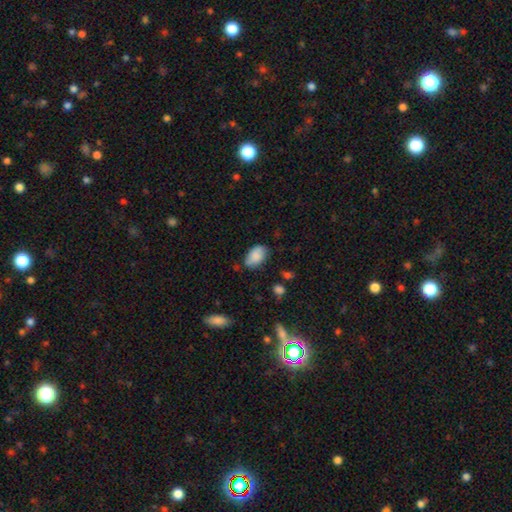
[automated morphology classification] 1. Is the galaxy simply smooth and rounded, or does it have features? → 85% smooth, 8% featured or disk, 7% star or artifact.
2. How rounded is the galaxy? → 89% in between, 9% round, 1% cigar-shaped.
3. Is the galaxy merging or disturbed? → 68% none, 24% minor disturbance, 5% major disturbance, 3% merger.